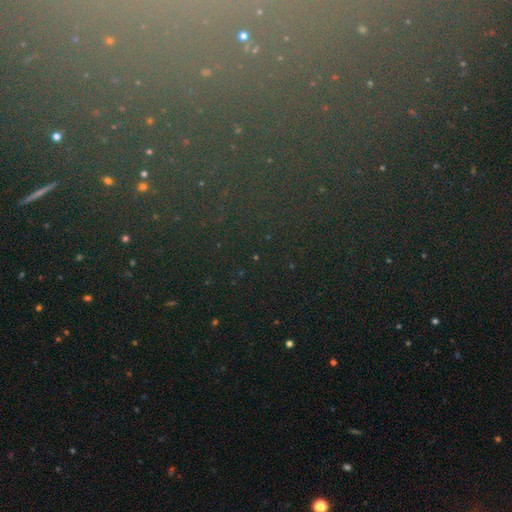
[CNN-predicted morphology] smooth-or-featured: star or artifact: 70% | smooth: 16% | featured or disk: 15%